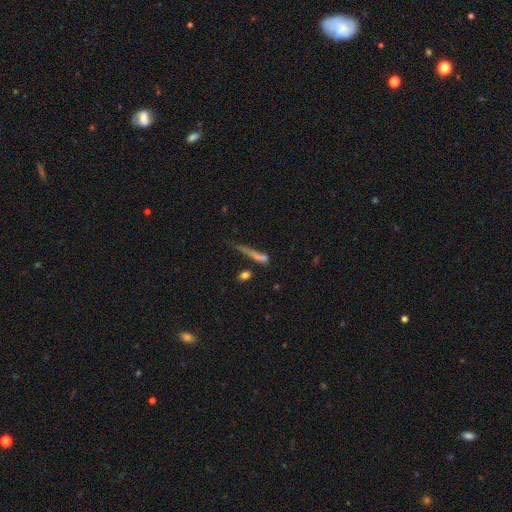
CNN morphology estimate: This is possibly a smooth galaxy (54%). How rounded: clearly cigar-shaped (86%). Merging: possibly none (52%).